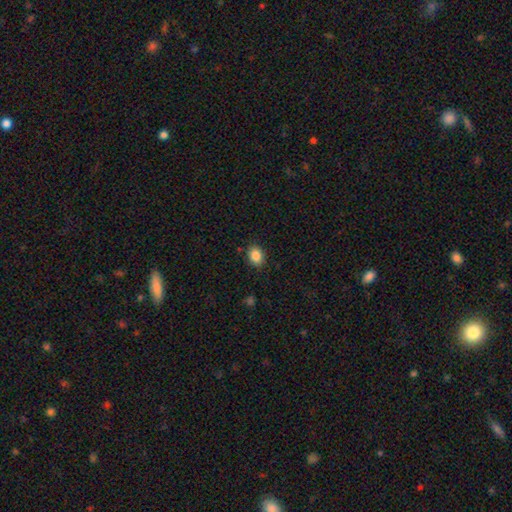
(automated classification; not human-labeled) Smooth or featured? Predicted: smooth (p=0.87). How rounded? Predicted: in between (p=0.59). Merging? Predicted: none (p=0.87).